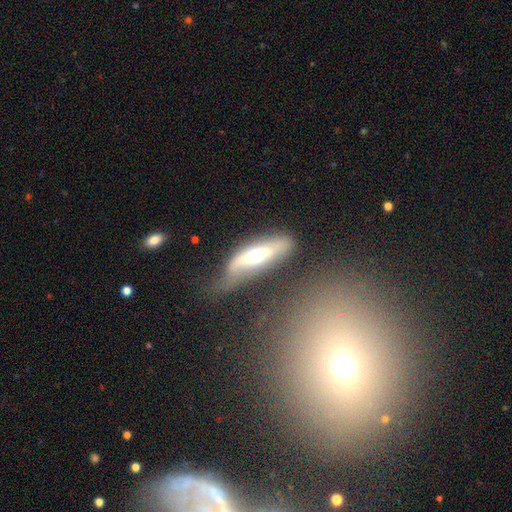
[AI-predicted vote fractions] A featured or disk galaxy (52%). Merging: none (43%).